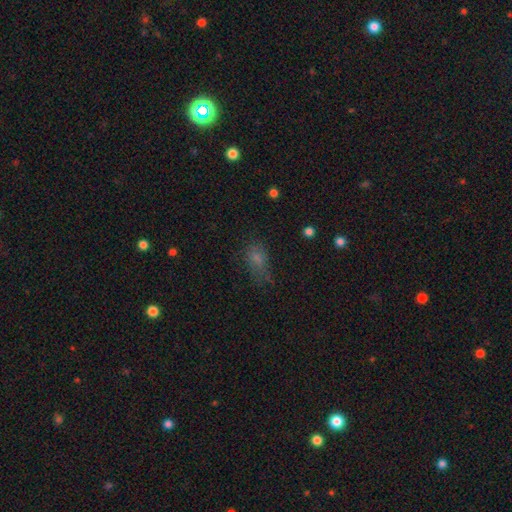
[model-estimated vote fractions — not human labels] Smooth or featured? Predicted: smooth (p=0.62). How rounded? Predicted: in between (p=0.76). Merging? Predicted: none (p=0.59).